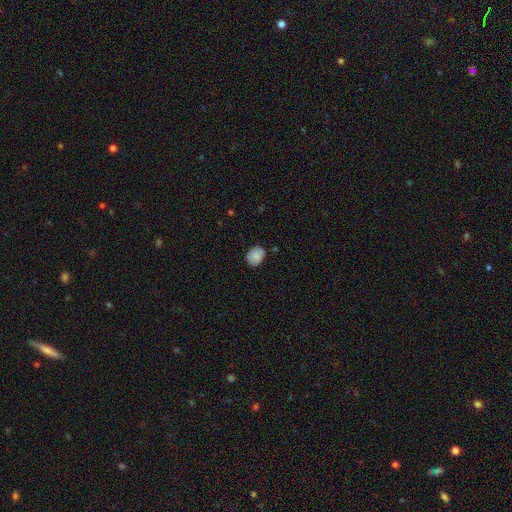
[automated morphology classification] type=smooth (81%); roundness=round (59%); merging=none (72%).